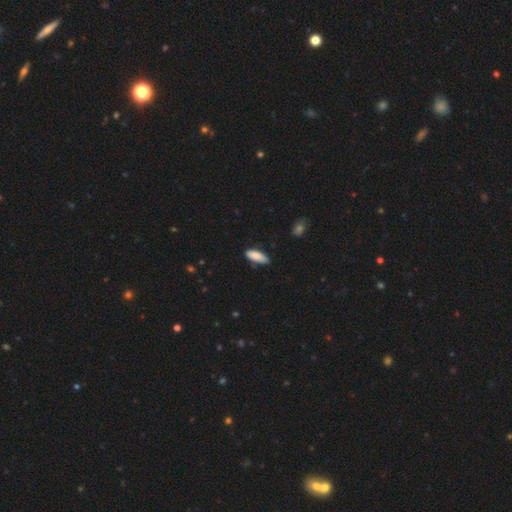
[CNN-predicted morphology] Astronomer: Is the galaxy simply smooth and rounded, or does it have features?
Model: smooth — 86%.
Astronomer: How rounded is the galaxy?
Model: in between — 72%.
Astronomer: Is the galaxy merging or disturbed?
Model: none — 74%.